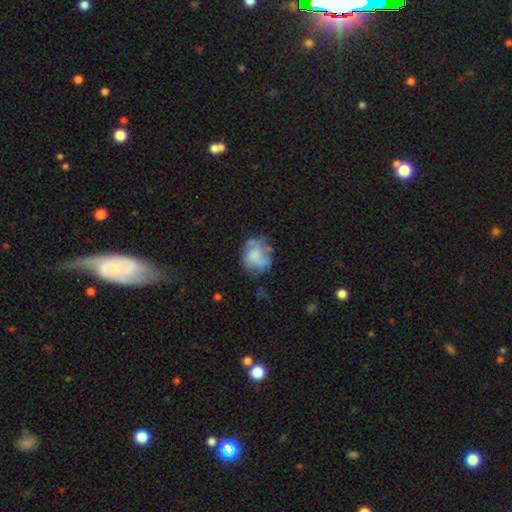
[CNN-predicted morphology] The model was most divided on "smooth or featured": featured or disk: 52%, smooth: 39%, star or artifact: 9%. Remaining: edge-on disk — no (98%); bar — no (75%); spiral arms — yes (67%); merging — none (57%); bulge size — none (41%).